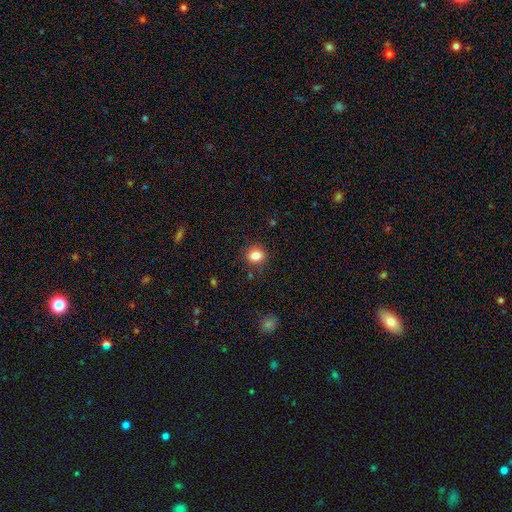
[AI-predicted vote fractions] Smooth or featured? Predicted: smooth (p=0.84). How rounded? Predicted: round (p=0.69). Merging? Predicted: none (p=0.86).